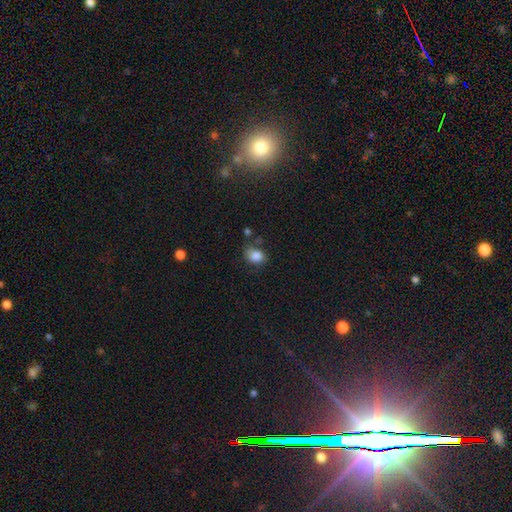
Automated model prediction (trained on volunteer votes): A smooth galaxy with no disk features (84%) that is in between round and cigar-shaped (61%). Merging: none (54%).